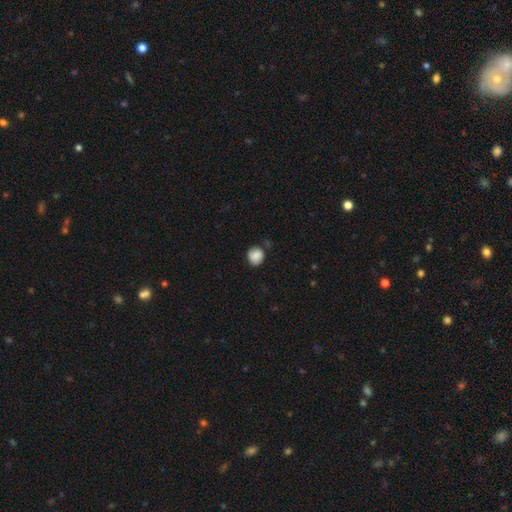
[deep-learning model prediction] Overall: smooth (83%). How rounded: round (77%). Merging: none (71%).